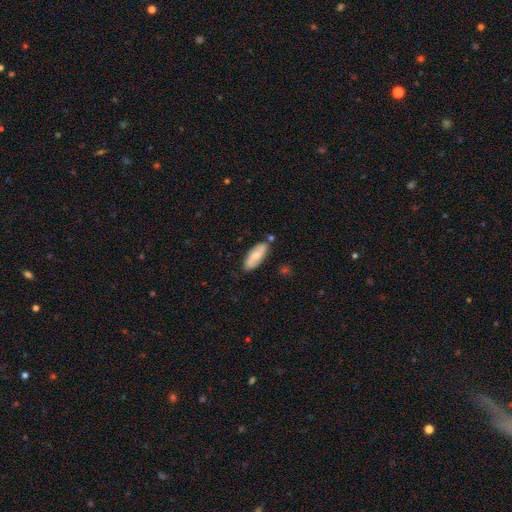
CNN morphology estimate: Overall: smooth (56%; featured or disk 38%). How rounded: in between (75%). Merging: none (80%).